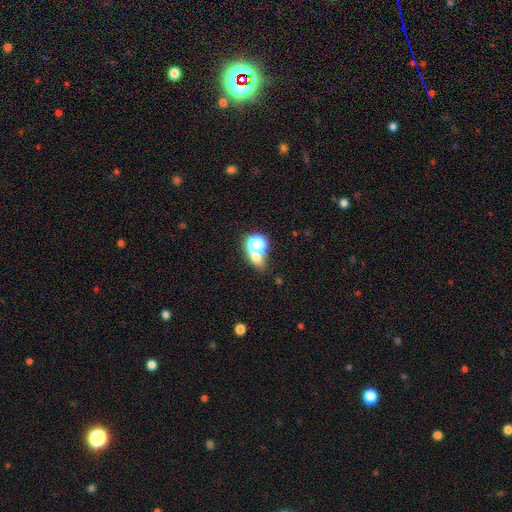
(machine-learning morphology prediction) smooth-or-featured: smooth: 58% | star or artifact: 29% | featured or disk: 13%
  how-rounded: round: 55% | in between: 41% | cigar-shaped: 4%
  merging: none: 44% | merger: 33% | minor disturbance: 13% | major disturbance: 10%